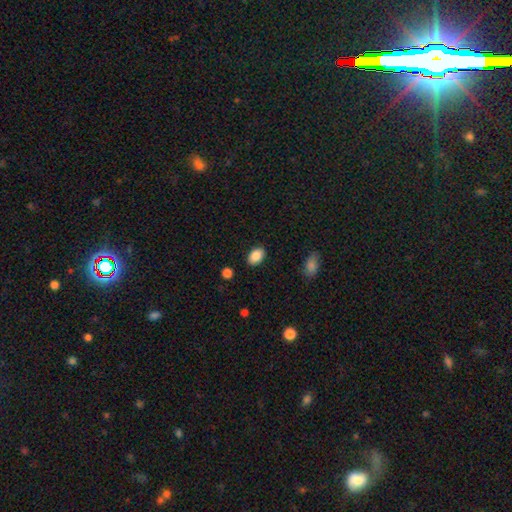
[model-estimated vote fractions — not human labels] Smooth or featured? Predicted: smooth (p=0.87). How rounded? Predicted: in between (p=0.88). Merging? Predicted: none (p=0.87).